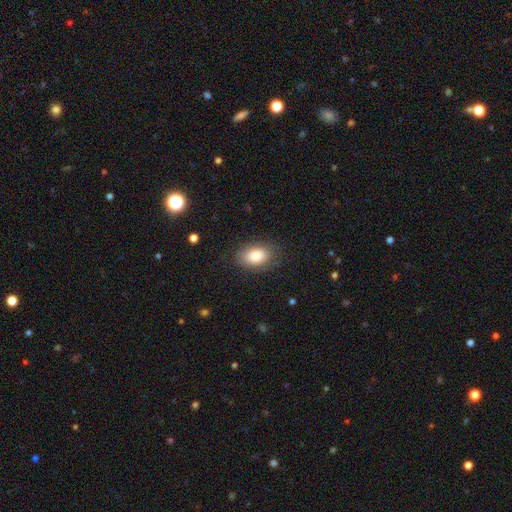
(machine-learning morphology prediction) Smooth or featured: smooth — 81% (featured or disk — 11%)
How rounded: in between — 87% (round — 12%)
Merging: none — 80% (minor disturbance — 14%)